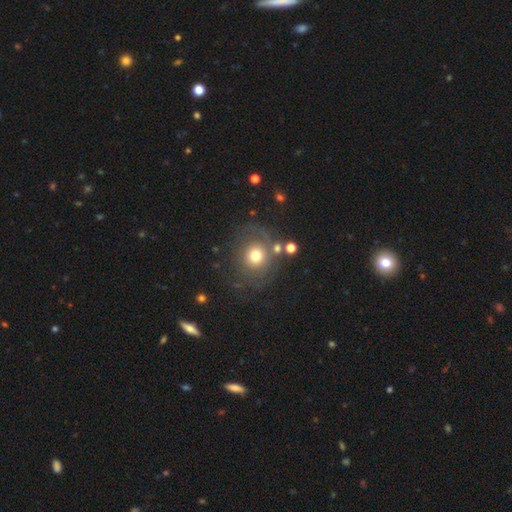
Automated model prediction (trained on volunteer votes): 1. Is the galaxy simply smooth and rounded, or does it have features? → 63% smooth, 24% featured or disk, 13% star or artifact.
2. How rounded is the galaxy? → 82% round, 17% in between, 1% cigar-shaped.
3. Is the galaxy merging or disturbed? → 68% none, 15% minor disturbance, 11% major disturbance, 6% merger.